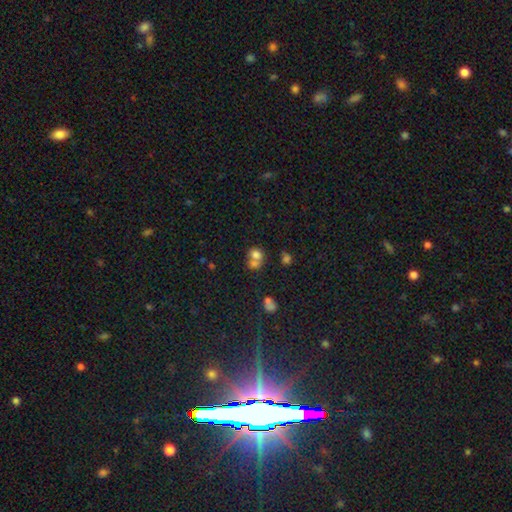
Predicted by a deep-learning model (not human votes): This is likely a smooth galaxy (72%). How rounded: likely round (61%). Merging: possibly merger (59%).